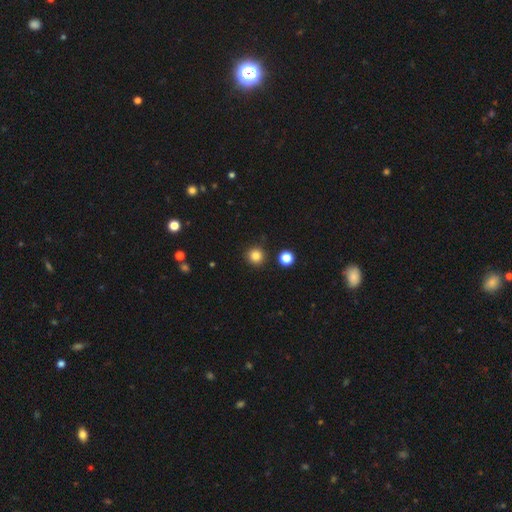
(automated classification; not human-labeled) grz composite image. It shows a smooth galaxy with no disk features (84%) that is round (95%). Merging: none (90%).